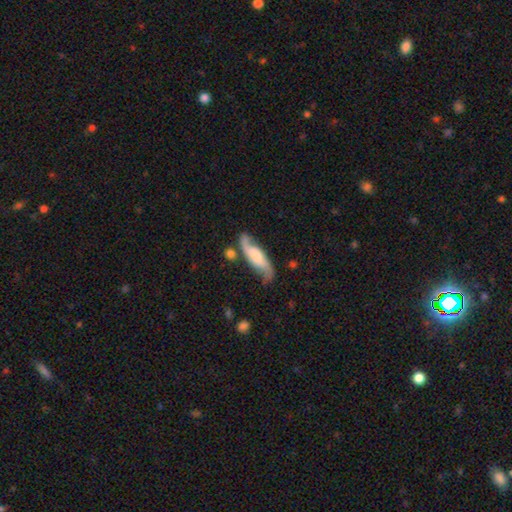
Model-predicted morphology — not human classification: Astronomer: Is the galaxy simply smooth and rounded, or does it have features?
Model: featured or disk — 68%.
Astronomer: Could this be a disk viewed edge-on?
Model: no — 81%.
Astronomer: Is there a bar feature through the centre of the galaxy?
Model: no — 51% (runner-up: weak, 34%).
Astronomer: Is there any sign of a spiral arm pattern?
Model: yes — 93%.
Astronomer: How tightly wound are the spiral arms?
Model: loose — 61%.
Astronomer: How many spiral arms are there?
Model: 2 — 88%.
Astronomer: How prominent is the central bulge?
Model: moderate — 40% (runner-up: small, 25%).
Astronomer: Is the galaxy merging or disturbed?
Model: none — 63%.